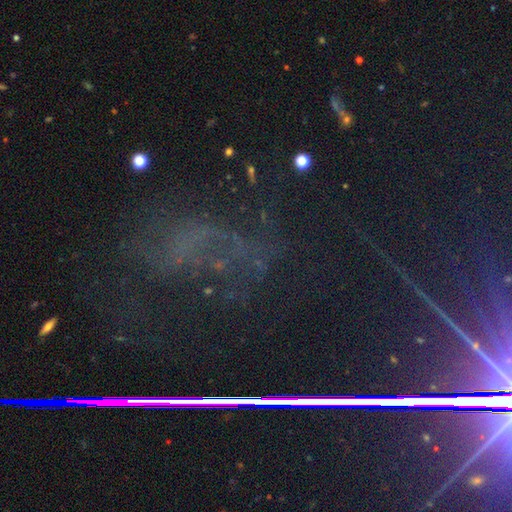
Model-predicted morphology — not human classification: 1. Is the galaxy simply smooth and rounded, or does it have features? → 68% star or artifact, 19% featured or disk, 13% smooth.